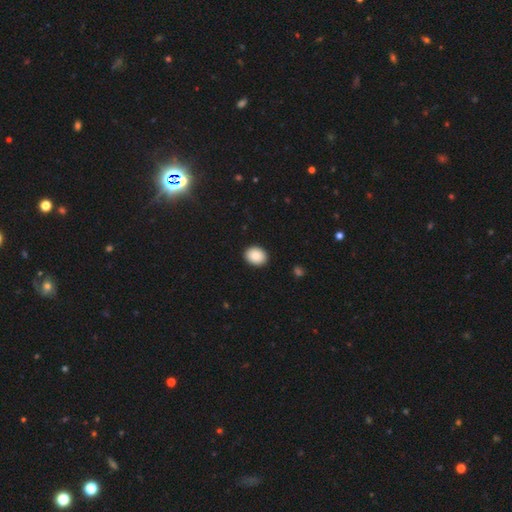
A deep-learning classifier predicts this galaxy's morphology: Smooth or featured? Predicted: smooth (p=0.89). How rounded? Predicted: in between (p=0.50). Merging? Predicted: none (p=0.91).